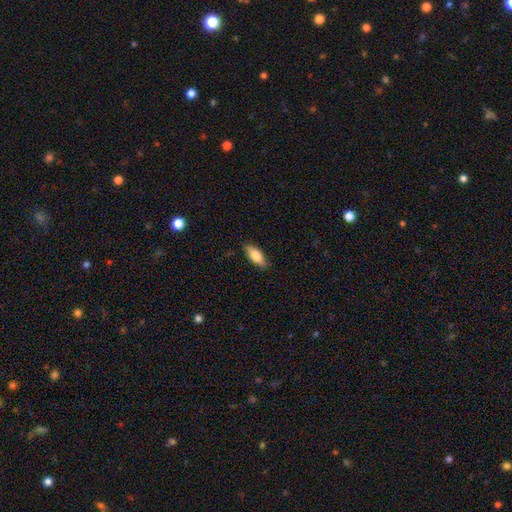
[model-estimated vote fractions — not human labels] Morphology: type=smooth (78%); roundness=in between (71%); merging=none (85%).